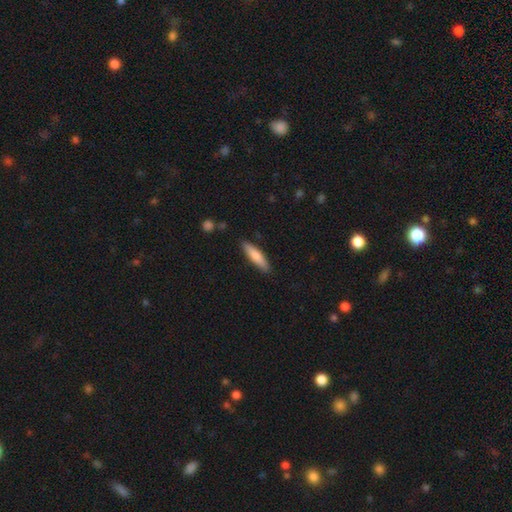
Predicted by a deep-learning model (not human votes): smooth_or_featured: smooth (p=0.76) [alt: featured or disk p=0.18]
how_rounded: cigar-shaped (p=0.76) [alt: in between p=0.22]
merging: none (p=0.88) [alt: minor disturbance p=0.09]